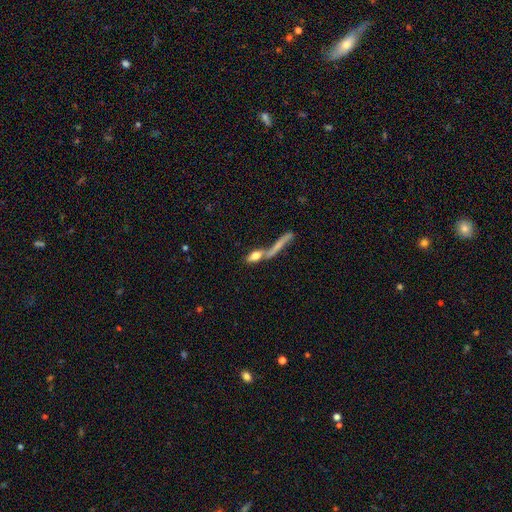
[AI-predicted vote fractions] Smooth or featured? smooth (69%)
How rounded? in between (60%)
Merging? merger (52%)